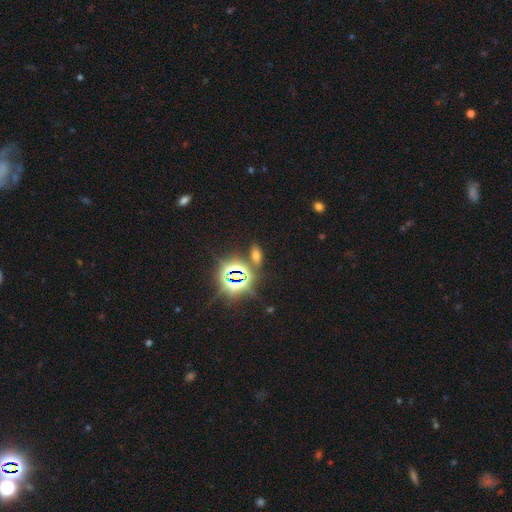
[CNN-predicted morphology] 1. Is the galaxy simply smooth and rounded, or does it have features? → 82% star or artifact, 11% smooth, 7% featured or disk.